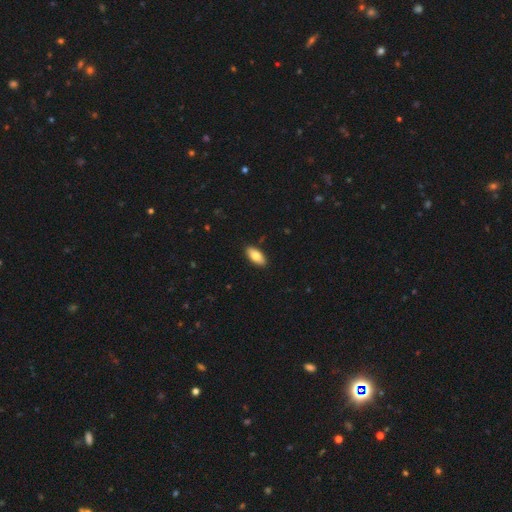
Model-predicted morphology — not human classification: Q: Smooth or featured?
A: smooth (79%); runner-up: featured or disk (15%)
Q: How rounded?
A: in between (88%); runner-up: cigar-shaped (10%)
Q: Merging?
A: none (89%); runner-up: minor disturbance (8%)